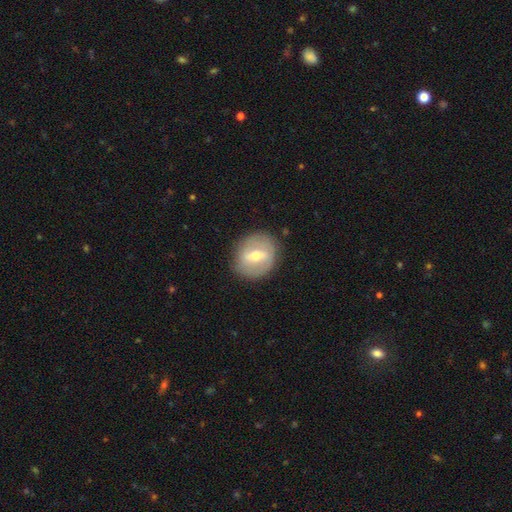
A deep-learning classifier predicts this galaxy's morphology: This is likely a featured or disk galaxy (61%). It is clearly not viewed edge-on (93%). Bar: marginally weak (43%, tied with strong). Spiral arm pattern: possibly no (53%). Central bulge: likely moderate (60%). Merging: clearly none (83%).